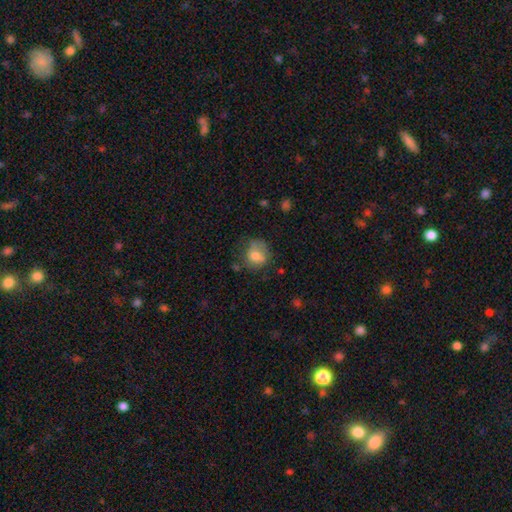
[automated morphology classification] A smooth galaxy with no disk features (72%) that is round (61%).

Vote fractions:
- Smooth or featured? smooth: 72% / featured or disk: 19% / star or artifact: 9%
- How rounded? round: 61% / in between: 38% / cigar-shaped: 1%
- Merging? none: 52% / minor disturbance: 27% / major disturbance: 16% / merger: 4%